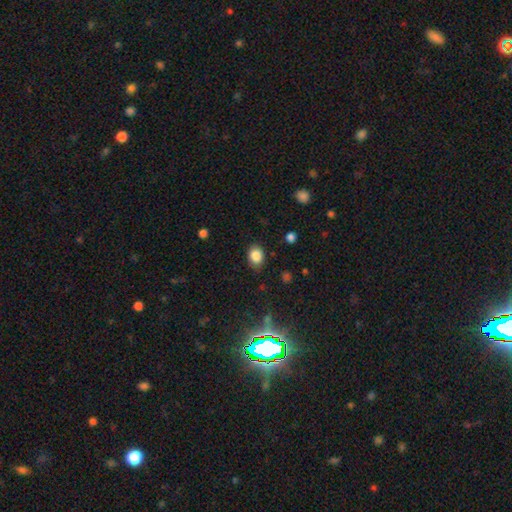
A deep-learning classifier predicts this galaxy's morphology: Overall: smooth (85%). How rounded: in between (64%; round 35%). Merging: none (82%).